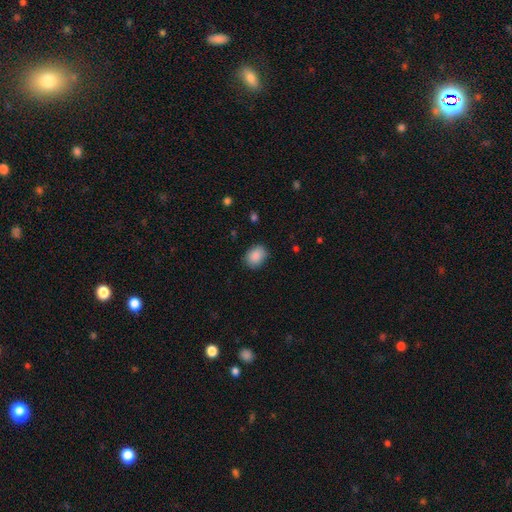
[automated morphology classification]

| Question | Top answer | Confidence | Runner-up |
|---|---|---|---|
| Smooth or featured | smooth | 89% | star or artifact (7%) |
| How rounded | in between | 64% | round (35%) |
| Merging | none | 83% | minor disturbance (13%) |